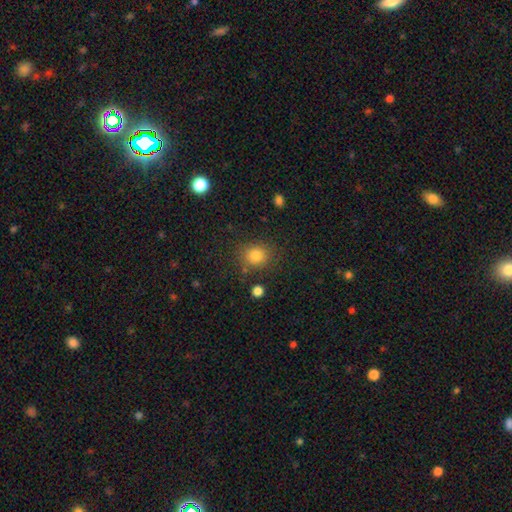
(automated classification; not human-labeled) Smooth or featured: smooth — 82% (star or artifact — 12%)
How rounded: round — 75% (in between — 24%)
Merging: none — 81% (minor disturbance — 11%)